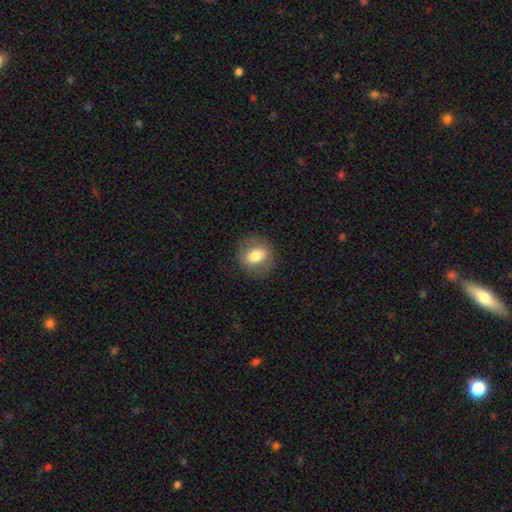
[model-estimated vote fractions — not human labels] A smooth galaxy with no disk features (68%) that is round (58%). Merging: none (82%).